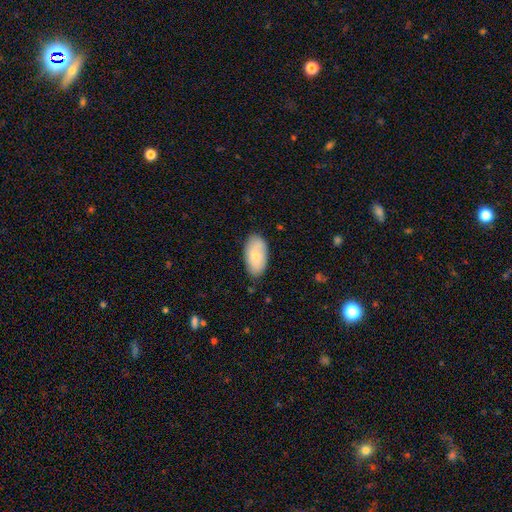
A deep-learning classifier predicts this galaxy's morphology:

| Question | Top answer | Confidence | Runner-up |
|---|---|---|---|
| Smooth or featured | smooth | 75% | featured or disk (19%) |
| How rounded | in between | 95% | round (3%) |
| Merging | none | 80% | minor disturbance (16%) |